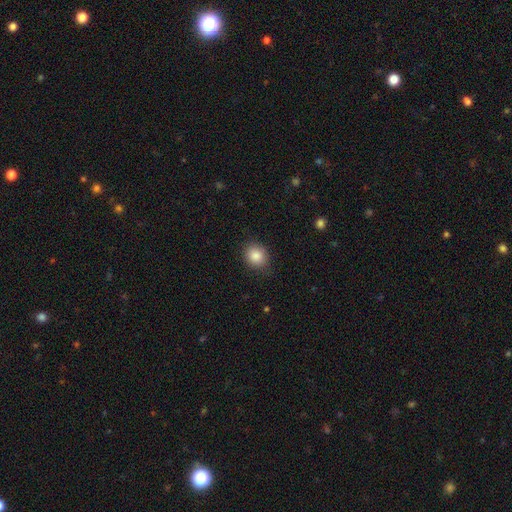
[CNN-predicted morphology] Smooth or featured? smooth (86%)
How rounded? round (67%)
Merging? none (84%)